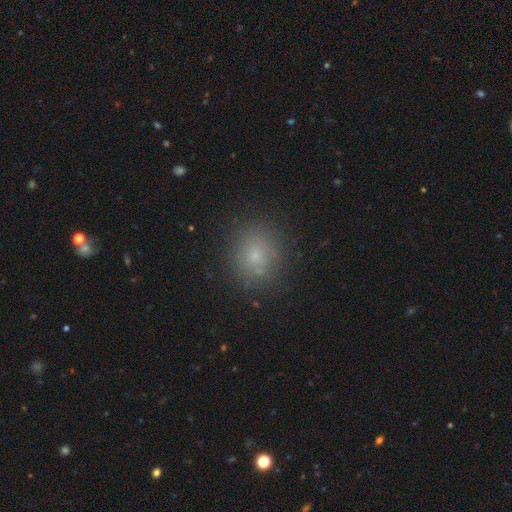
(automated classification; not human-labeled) Q: Smooth or featured?
A: smooth (72%); runner-up: star or artifact (17%)
Q: How rounded?
A: round (78%); runner-up: in between (21%)
Q: Merging?
A: none (84%); runner-up: minor disturbance (10%)